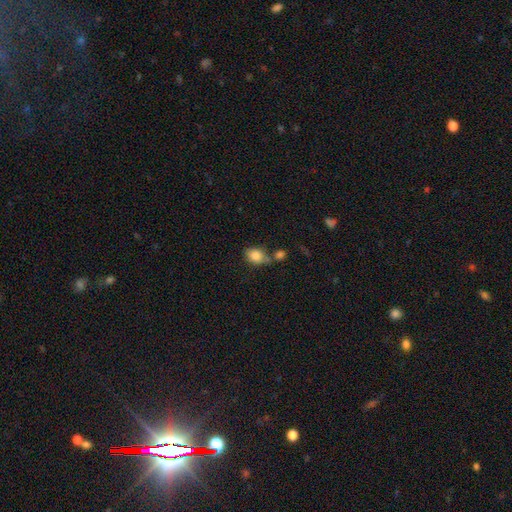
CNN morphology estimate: Smooth or featured: smooth — 84% (star or artifact — 8%)
How rounded: in between — 61% (round — 37%)
Merging: none — 49% (merger — 28%)